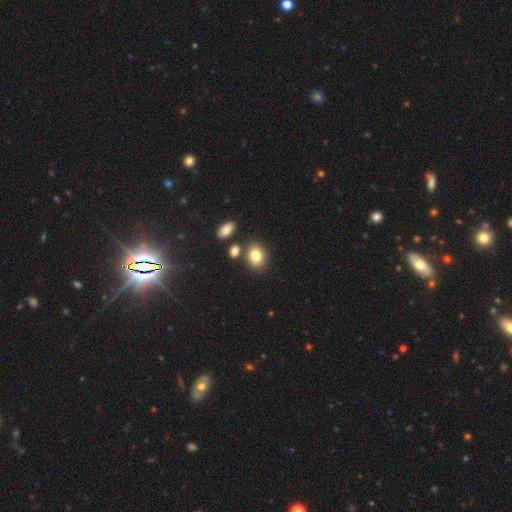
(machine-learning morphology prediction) type=smooth (82%); roundness=in between (62%); merging=none (74%).